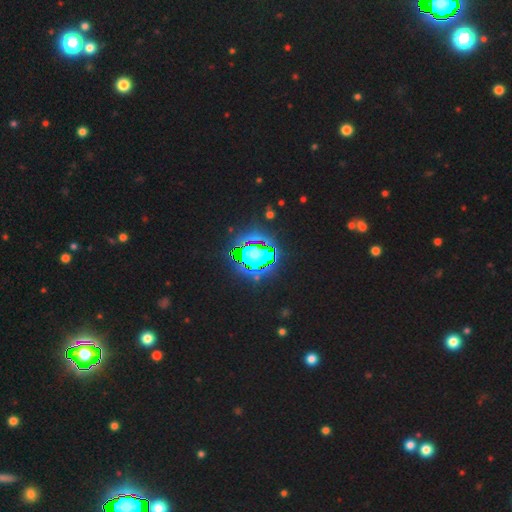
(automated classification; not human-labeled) A star or artifact, not a galaxy (79%).

Vote fractions:
- Smooth or featured? star or artifact: 79% / smooth: 11% / featured or disk: 9%